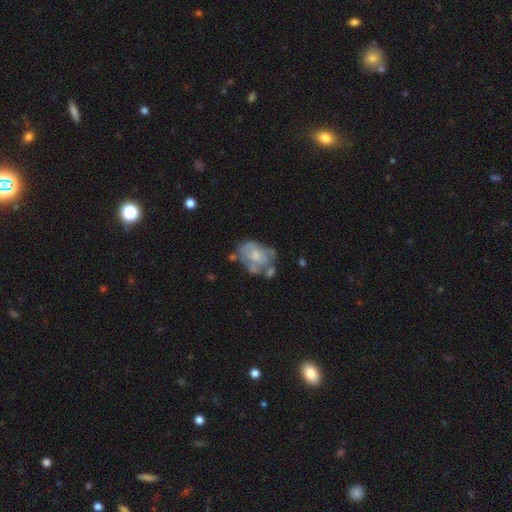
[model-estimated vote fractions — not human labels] Q: Smooth or featured?
A: featured or disk (59%); runner-up: smooth (33%)
Q: Edge-on disk?
A: no (97%); runner-up: yes (3%)
Q: Bar?
A: no (78%); runner-up: weak (19%)
Q: Spiral arms?
A: no (67%); runner-up: yes (33%)
Q: Bulge size?
A: moderate (39%); runner-up: small (35%)
Q: Merging?
A: none (35%); runner-up: minor disturbance (24%)